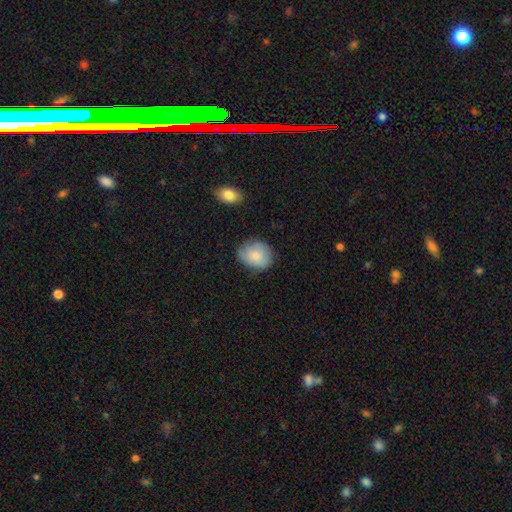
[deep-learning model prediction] smooth_or_featured: smooth (p=0.82) [alt: featured or disk p=0.12]
how_rounded: round (p=0.55) [alt: in between p=0.44]
merging: none (p=0.72) [alt: minor disturbance p=0.22]